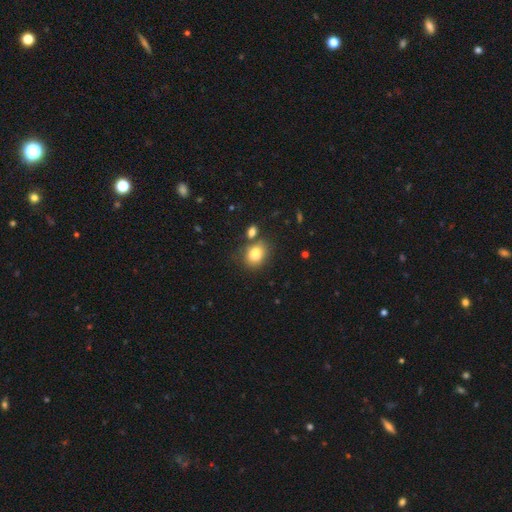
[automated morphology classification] smooth 81%, star or artifact 10%, featured or disk 9%. Down the decision tree: how rounded — in between (57%); merging — none (65%).